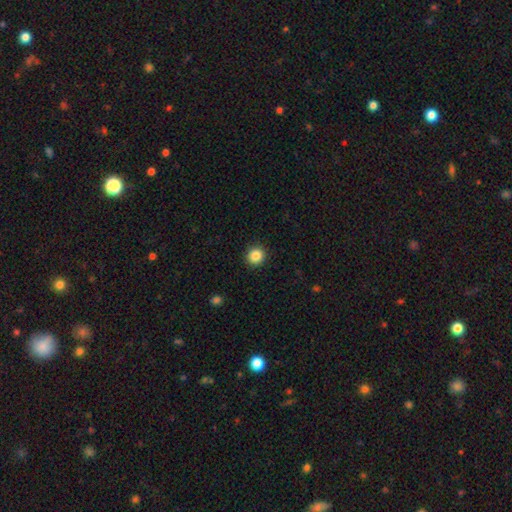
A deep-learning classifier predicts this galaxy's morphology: Q: Smooth or featured?
A: smooth (86%); runner-up: star or artifact (10%)
Q: How rounded?
A: round (92%); runner-up: in between (7%)
Q: Merging?
A: none (92%); runner-up: minor disturbance (5%)